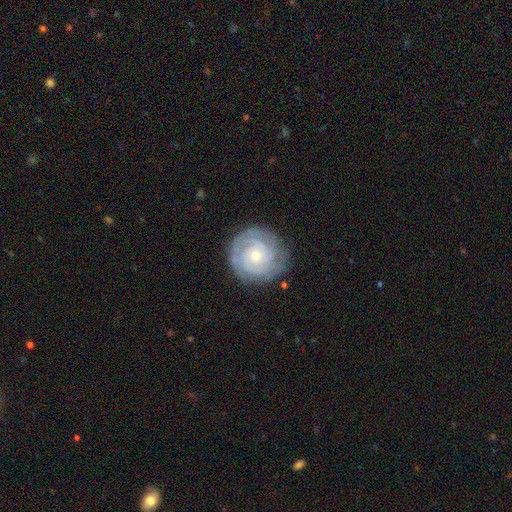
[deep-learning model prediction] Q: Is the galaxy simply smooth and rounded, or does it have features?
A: featured or disk — 77%.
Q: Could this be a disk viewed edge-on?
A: no — 98%.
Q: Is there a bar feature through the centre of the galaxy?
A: no — 79%.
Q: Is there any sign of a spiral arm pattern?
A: yes — 91%.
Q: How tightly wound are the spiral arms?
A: tight — 78%.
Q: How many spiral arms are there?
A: can't tell — 38%.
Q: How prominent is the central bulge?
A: small — 60%.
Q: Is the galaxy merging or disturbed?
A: none — 80%.